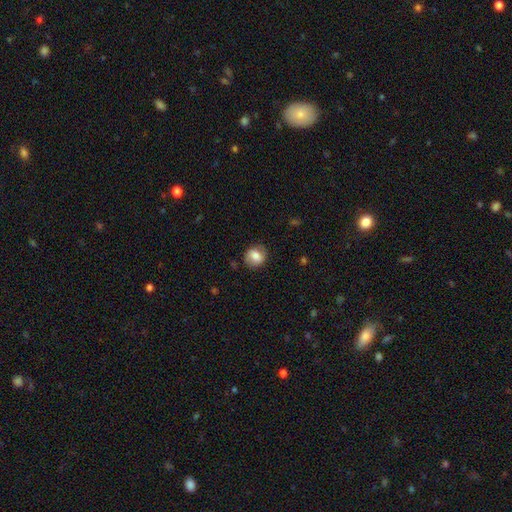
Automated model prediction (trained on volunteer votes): This appears to be a smooth galaxy with no disk features (65%) that is round (75%). Merging: none (79%).